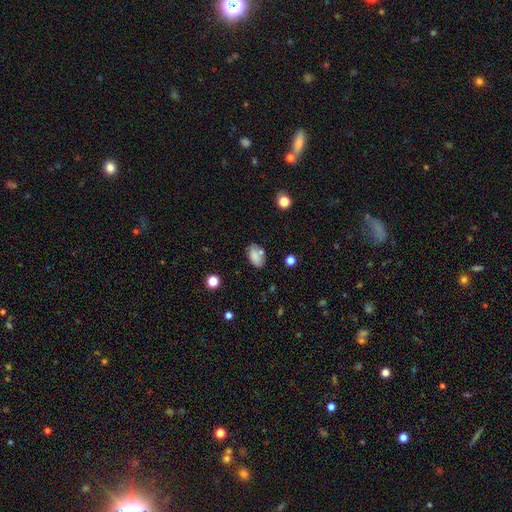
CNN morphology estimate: This is clearly a smooth galaxy (81%). How rounded: clearly in between (90%). Merging: likely none (65%).